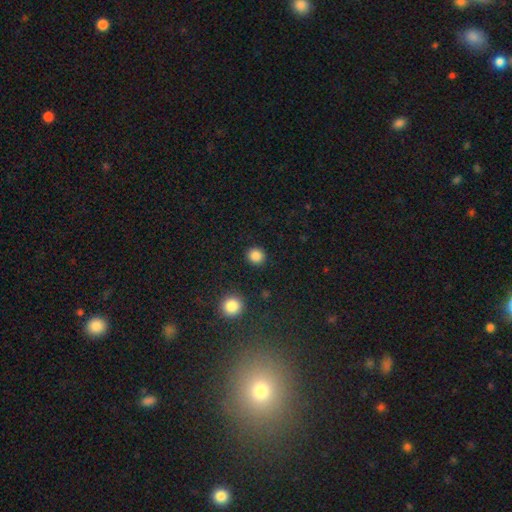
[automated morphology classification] This appears to be a smooth galaxy with no disk features (86%) that is round (89%). Merging: none (91%).